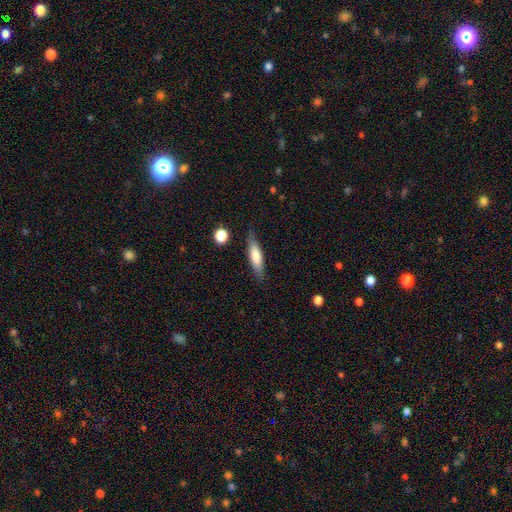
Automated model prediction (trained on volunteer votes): Smooth or featured?
  - smooth: 69% *
  - featured or disk: 24%
  - star or artifact: 6%
How rounded?
  - cigar-shaped: 72% *
  - in between: 26%
  - round: 2%
Merging?
  - none: 83% *
  - minor disturbance: 12%
  - major disturbance: 3%
  - merger: 2%